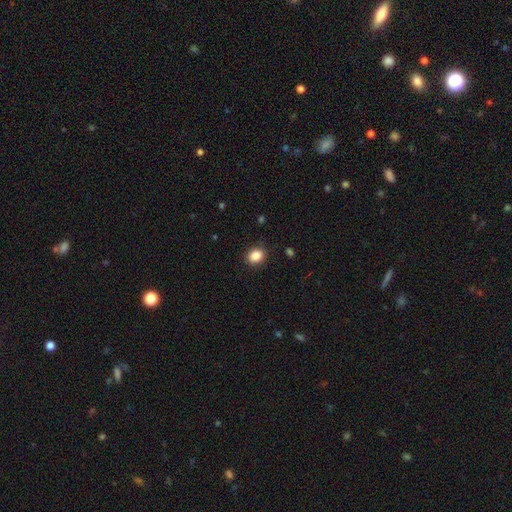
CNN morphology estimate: smooth 87%, star or artifact 9%, featured or disk 4%. Down the decision tree: how rounded — round (51%); merging — none (89%).